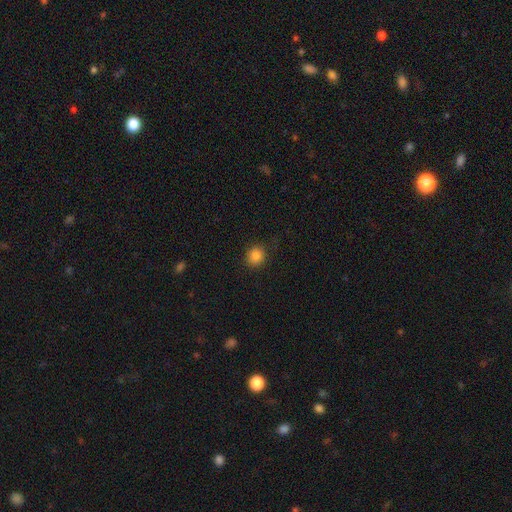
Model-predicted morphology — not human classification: smooth-or-featured: smooth: 85% | star or artifact: 11% | featured or disk: 4%
  how-rounded: round: 83% | in between: 16% | cigar-shaped: 1%
  merging: none: 86% | minor disturbance: 10% | major disturbance: 3% | merger: 1%